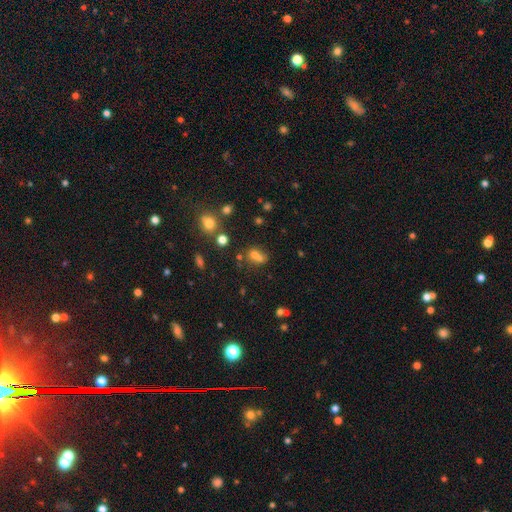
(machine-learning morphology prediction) smooth-or-featured: smooth: 65% | star or artifact: 20% | featured or disk: 15%
  how-rounded: round: 55% | in between: 43% | cigar-shaped: 2%
  merging: merger: 51% | none: 34% | minor disturbance: 9% | major disturbance: 5%